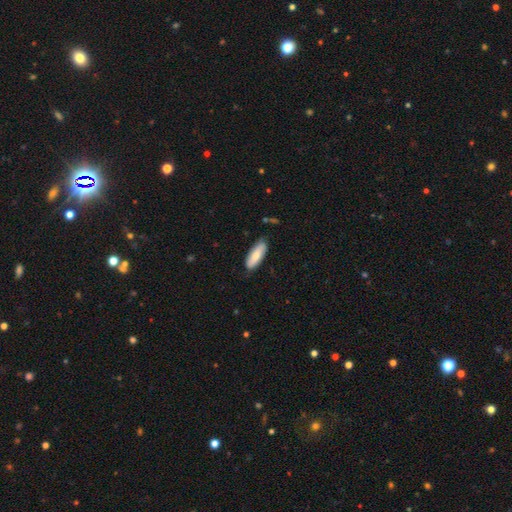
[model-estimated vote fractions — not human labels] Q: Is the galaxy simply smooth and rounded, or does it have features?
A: smooth — 75%.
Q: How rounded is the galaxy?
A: in between — 66%.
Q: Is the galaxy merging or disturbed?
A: none — 80%.